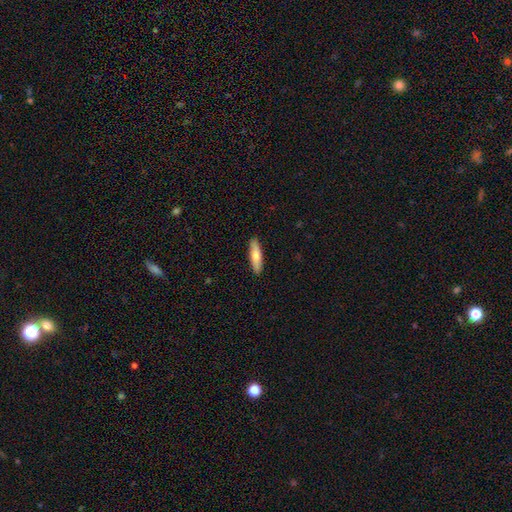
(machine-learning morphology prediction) Smooth or featured? smooth (71%)
How rounded? cigar-shaped (66%)
Merging? none (90%)